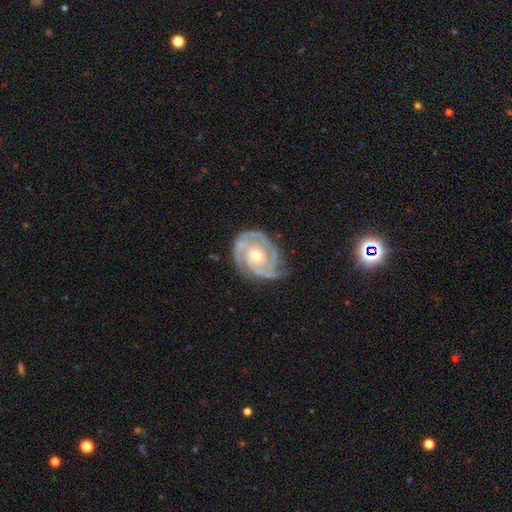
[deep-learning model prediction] A featured or disk galaxy (91%) with no bar (74%), 3 (39%) tight (73%) spiral arms (98%) and a moderate central bulge (50%).

Vote fractions:
- Smooth or featured? featured or disk: 91% / smooth: 5% / star or artifact: 4%
- Edge-on disk? no: 98% / yes: 2%
- Bar? no: 74% / weak: 20% / strong: 6%
- Spiral arms? yes: 98% / no: 2%
- Spiral winding? tight: 73% / medium: 24% / loose: 3%
- Spiral arm count? 3: 39% / 2: 34% / can't tell: 11% / 4: 7% / 1: 4% / more than 4: 4%
- Bulge size? moderate: 50% / small: 46% / large: 2% / none: 1% / dominant: 1%
- Merging? none: 73% / minor disturbance: 20% / major disturbance: 6% / merger: 1%